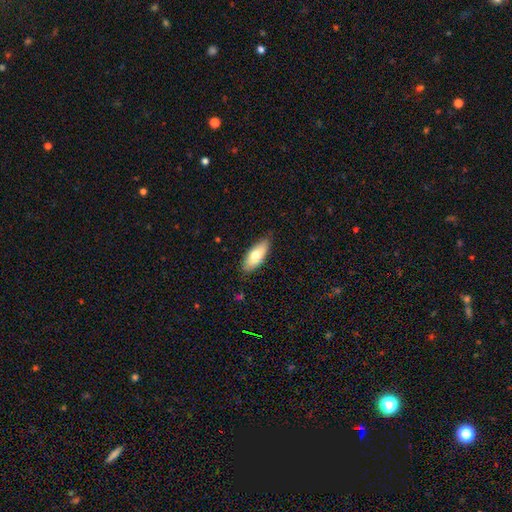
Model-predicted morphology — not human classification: Smooth or featured: smooth — 70% (featured or disk — 24%)
How rounded: in between — 80% (cigar-shaped — 17%)
Merging: none — 84% (minor disturbance — 12%)